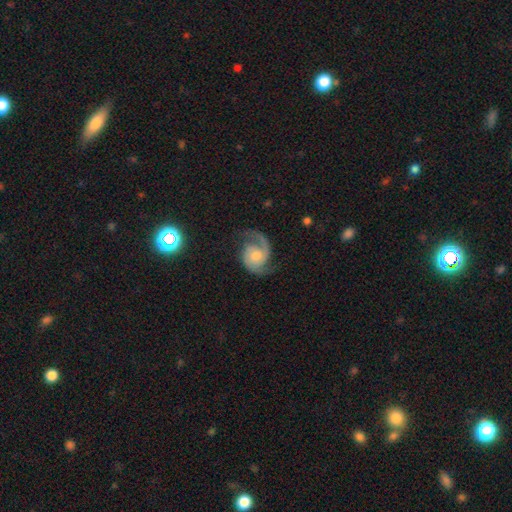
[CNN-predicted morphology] smooth_or_featured: featured or disk (p=0.88) [alt: smooth p=0.06]
disk_edge_on: no (p=0.98) [alt: yes p=0.02]
bar: no (p=0.69) [alt: weak p=0.26]
has_spiral_arms: yes (p=0.98) [alt: no p=0.02]
spiral_winding: medium (p=0.53) [alt: tight p=0.28]
spiral_arm_count: 2 (p=0.85) [alt: 1 p=0.09]
bulge_size: moderate (p=0.59) [alt: small p=0.29]
merging: none (p=0.70) [alt: minor disturbance p=0.18]